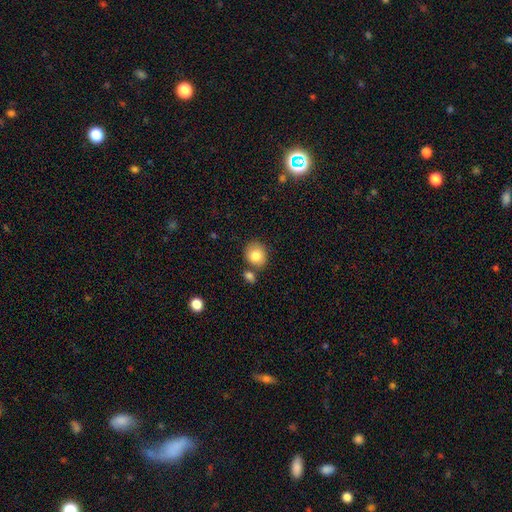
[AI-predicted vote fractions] Smooth or featured? Predicted: smooth (p=0.82). How rounded? Predicted: round (p=0.69). Merging? Predicted: none (p=0.67).